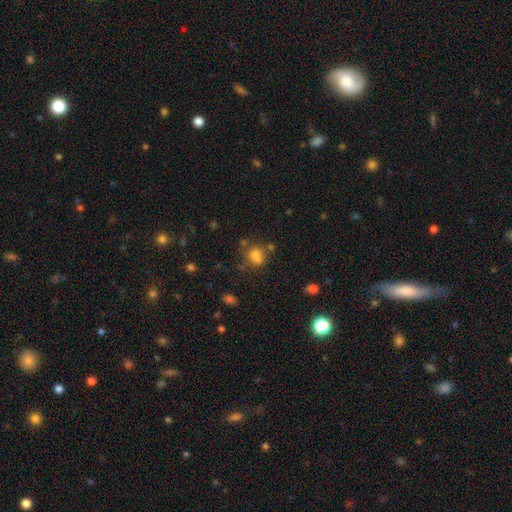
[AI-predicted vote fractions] The model was most divided on "merging": none: 50%, merger: 26%, minor disturbance: 16%, major disturbance: 8%. More confident: smooth or featured — smooth (71%); how rounded — round (68%).